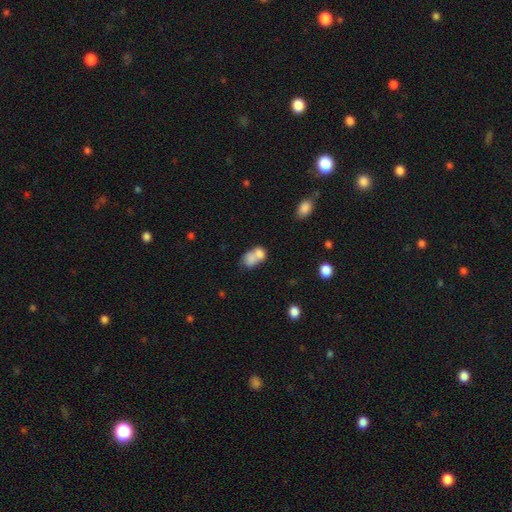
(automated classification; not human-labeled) Smooth or featured: smooth — 74% (featured or disk — 17%)
How rounded: in between — 66% (round — 33%)
Merging: merger — 67% (none — 20%)